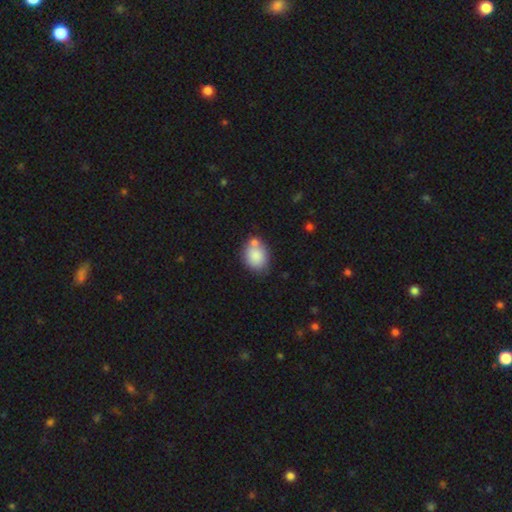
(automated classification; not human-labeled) A smooth galaxy with no disk features (84%) that is in between round and cigar-shaped (54%).

Vote fractions:
- Smooth or featured? smooth: 84% / featured or disk: 9% / star or artifact: 8%
- How rounded? in between: 54% / round: 45% / cigar-shaped: 1%
- Merging? none: 57% / merger: 23% / minor disturbance: 15% / major disturbance: 4%